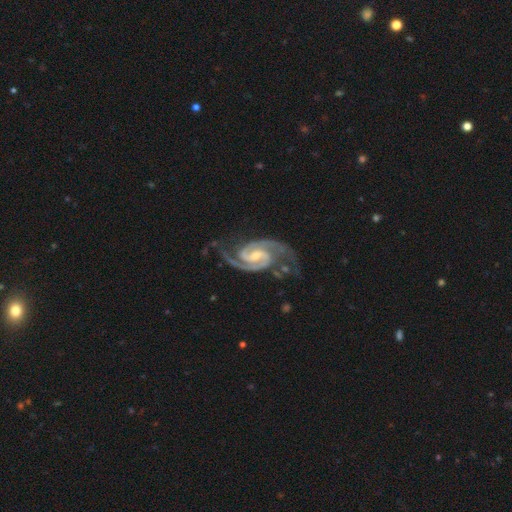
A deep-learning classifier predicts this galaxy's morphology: smooth_or_featured: featured or disk (p=0.94) [alt: star or artifact p=0.03]
disk_edge_on: no (p=0.98) [alt: yes p=0.02]
bar: weak (p=0.51) [alt: no p=0.25]
has_spiral_arms: yes (p=0.99) [alt: no p=0.01]
spiral_winding: medium (p=0.54) [alt: tight p=0.38]
spiral_arm_count: 2 (p=0.93) [alt: 3 p=0.02]
bulge_size: moderate (p=0.48) [alt: small p=0.44]
merging: none (p=0.69) [alt: minor disturbance p=0.20]